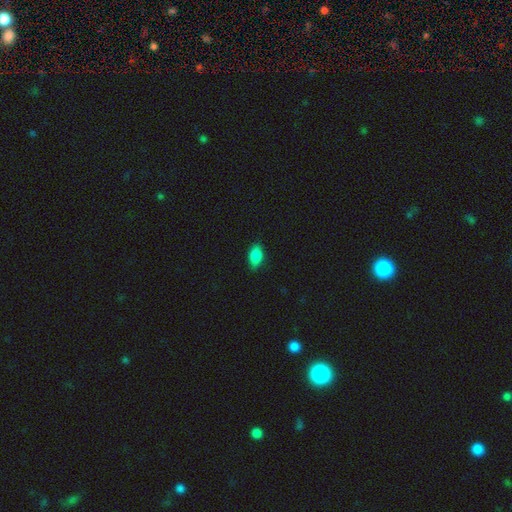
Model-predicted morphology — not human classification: A smooth galaxy with no disk features (85%) that is in between round and cigar-shaped (90%).

Vote fractions:
- Smooth or featured? smooth: 85% / star or artifact: 8% / featured or disk: 7%
- How rounded? in between: 90% / round: 6% / cigar-shaped: 4%
- Merging? none: 84% / minor disturbance: 13% / major disturbance: 2% / merger: 1%